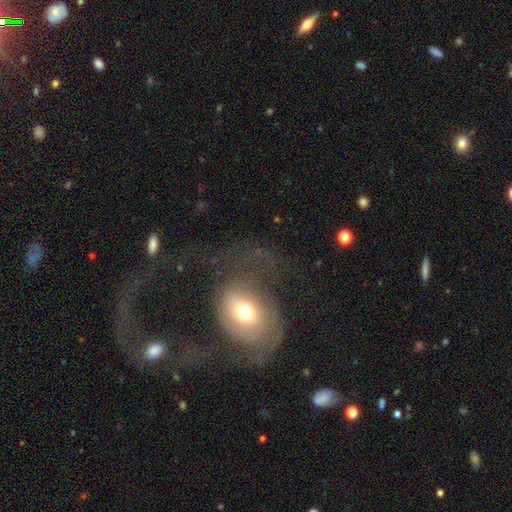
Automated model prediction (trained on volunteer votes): Overall: featured or disk (50%; smooth 38%). Edge-on disk: no (95%). Merging: major disturbance (59%; none 20%).